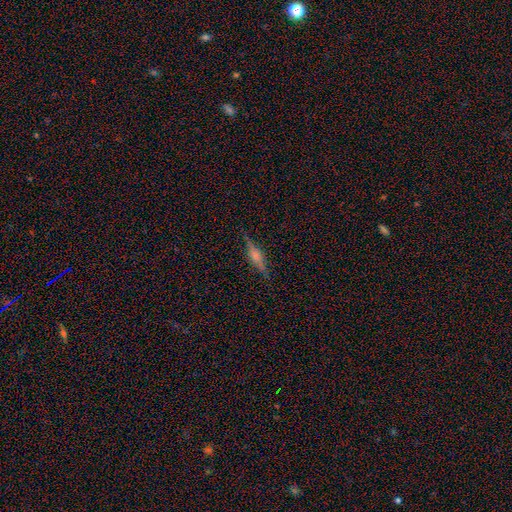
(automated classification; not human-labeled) Smooth or featured: featured or disk — 67% (smooth — 22%)
Edge-on disk: yes — 96% (no — 4%)
Edge-on bulge: rounded — 75% (boxy — 19%)
Merging: none — 88% (minor disturbance — 9%)